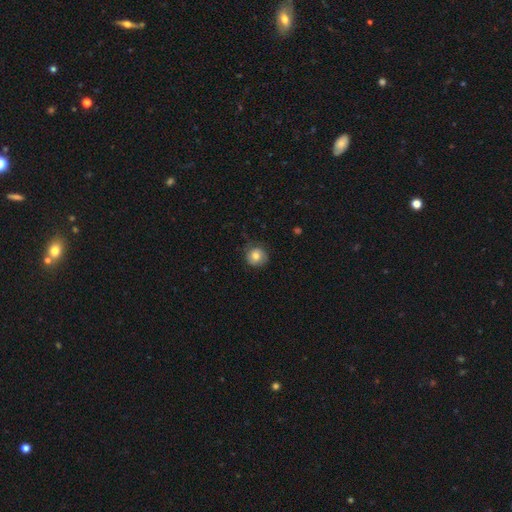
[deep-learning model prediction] This is likely a smooth galaxy (72%). How rounded: clearly round (88%). Merging: likely none (73%).